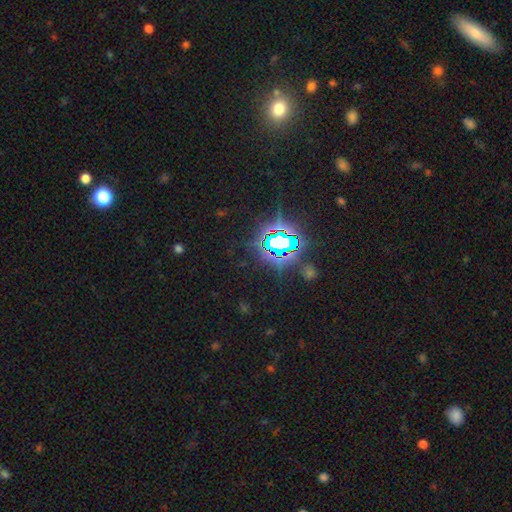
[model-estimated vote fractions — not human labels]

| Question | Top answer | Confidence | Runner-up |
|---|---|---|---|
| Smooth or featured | star or artifact | 82% | smooth (11%) |